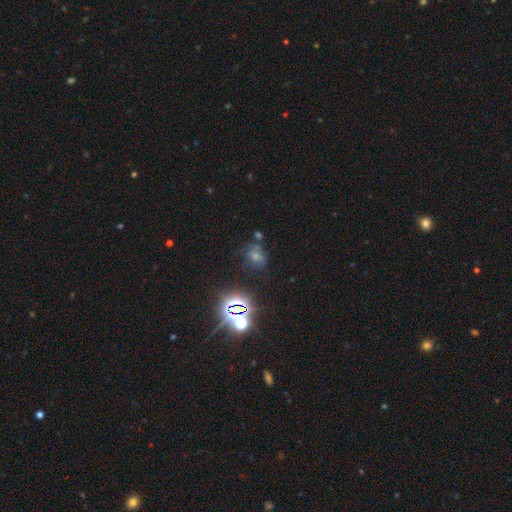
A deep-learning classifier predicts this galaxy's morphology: This is possibly a star or artifact rather than a galaxy (57%).